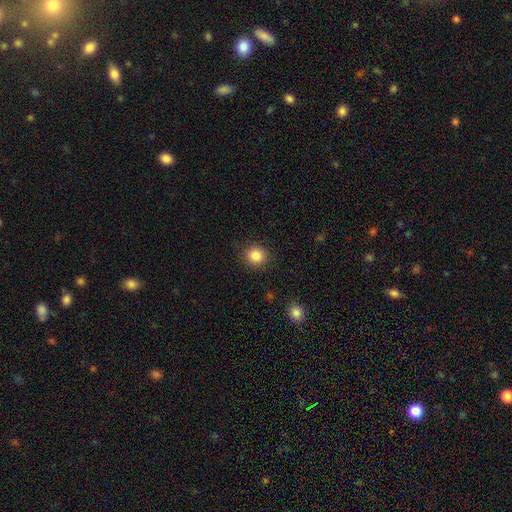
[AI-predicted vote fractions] Smooth or featured? smooth (85%)
How rounded? round (88%)
Merging? none (89%)